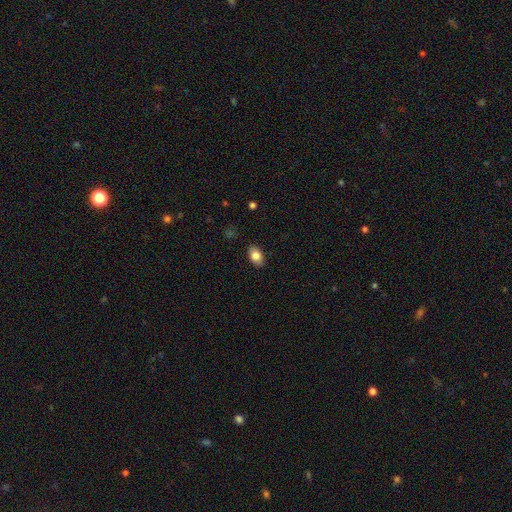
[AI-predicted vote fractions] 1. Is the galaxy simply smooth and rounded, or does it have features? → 82% smooth, 10% featured or disk, 8% star or artifact.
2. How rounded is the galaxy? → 88% in between, 11% round, 2% cigar-shaped.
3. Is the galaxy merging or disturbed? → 87% none, 10% minor disturbance, 2% major disturbance, 1% merger.